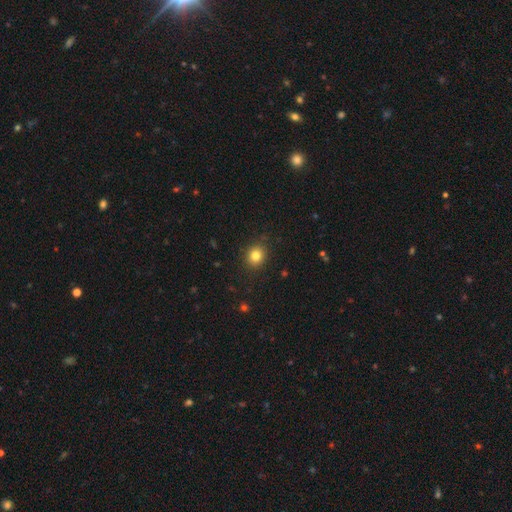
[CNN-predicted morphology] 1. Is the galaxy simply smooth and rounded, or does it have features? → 82% smooth, 12% star or artifact, 7% featured or disk.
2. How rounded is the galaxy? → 76% round, 23% in between, 1% cigar-shaped.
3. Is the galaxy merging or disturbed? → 88% none, 8% minor disturbance, 2% major disturbance, 1% merger.